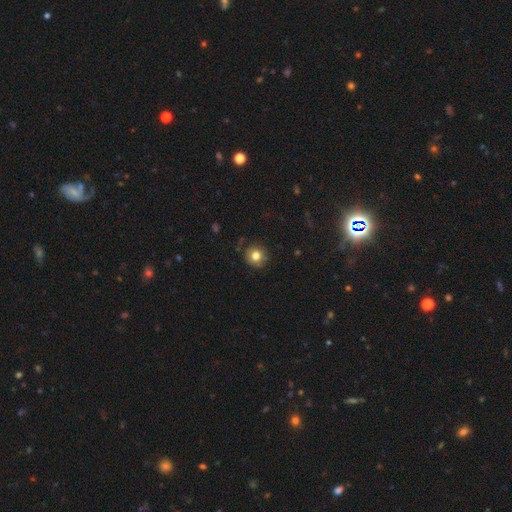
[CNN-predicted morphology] Overall: smooth (78%). How rounded: round (93%). Merging: none (86%).